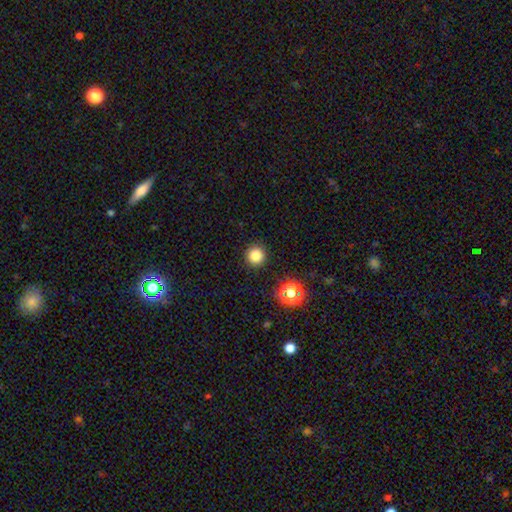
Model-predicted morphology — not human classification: A smooth galaxy with no disk features (82%) that is round (94%). Merging: none (91%).